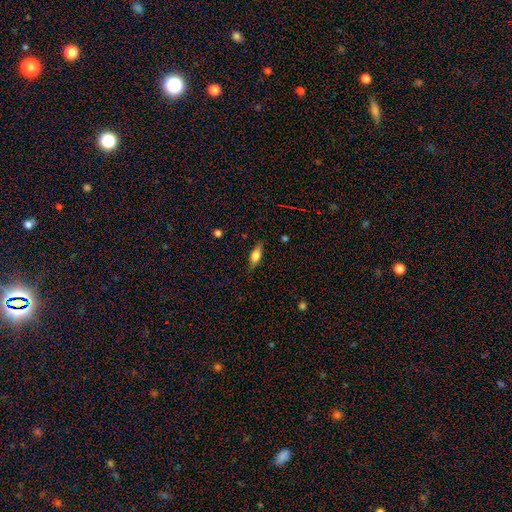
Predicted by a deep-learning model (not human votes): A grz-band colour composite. It shows a smooth galaxy with no disk features (59%) that is in between round and cigar-shaped (68%). Merging: none (81%).